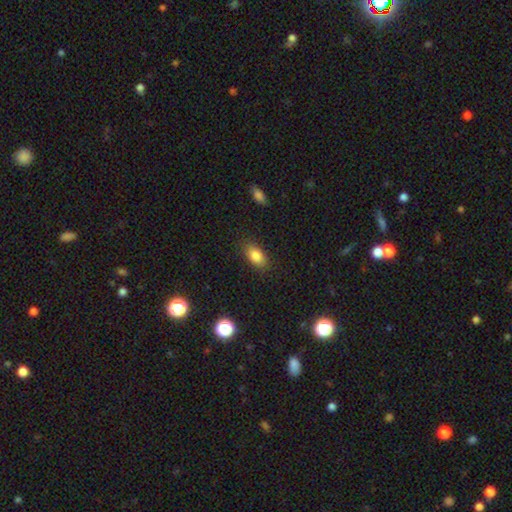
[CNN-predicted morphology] Smooth or featured: smooth — 84% (star or artifact — 9%)
How rounded: in between — 89% (round — 7%)
Merging: none — 85% (minor disturbance — 11%)